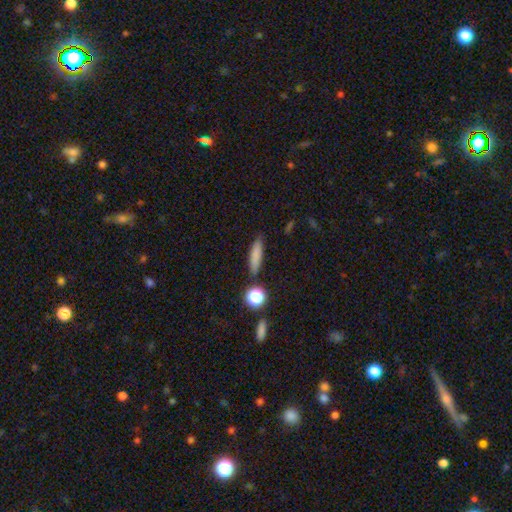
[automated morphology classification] This is likely a smooth galaxy (79%). How rounded: likely cigar-shaped (72%). Merging: clearly none (82%).